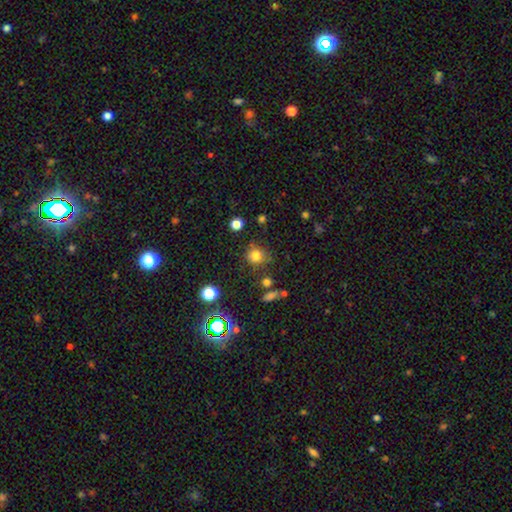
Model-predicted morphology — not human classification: Q: Smooth or featured?
A: smooth (77%); runner-up: star or artifact (16%)
Q: How rounded?
A: round (83%); runner-up: in between (16%)
Q: Merging?
A: none (73%); runner-up: minor disturbance (16%)